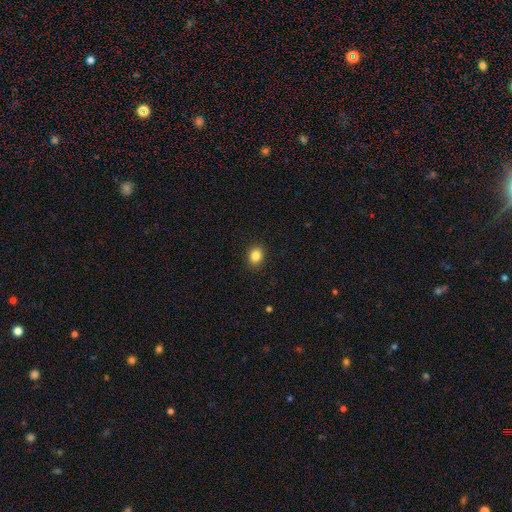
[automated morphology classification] A smooth galaxy with no disk features (84%) that is round (59%). Merging: none (91%).